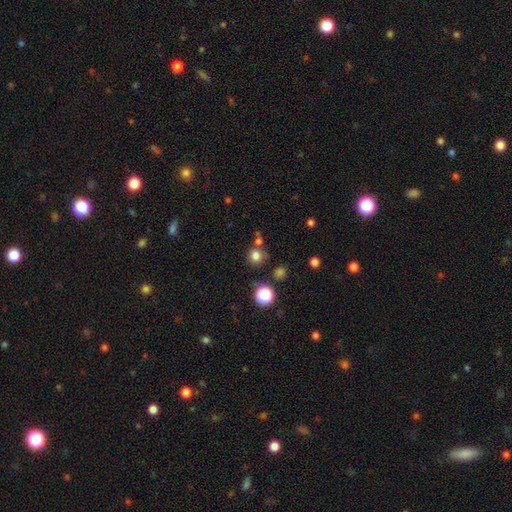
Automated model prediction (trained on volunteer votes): smooth-or-featured: smooth: 76% | star or artifact: 17% | featured or disk: 7%
  how-rounded: round: 90% | in between: 9% | cigar-shaped: 1%
  merging: none: 70% | merger: 14% | minor disturbance: 11% | major disturbance: 4%